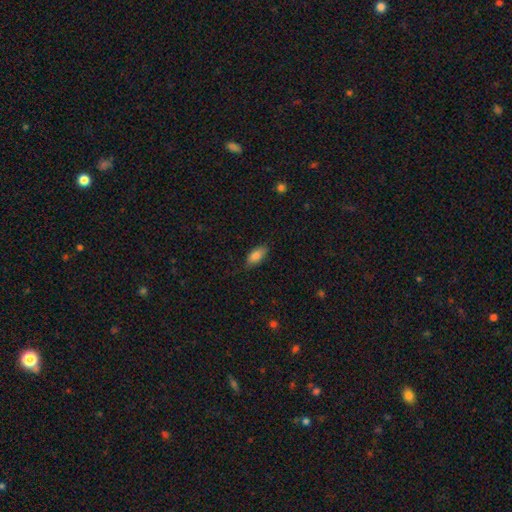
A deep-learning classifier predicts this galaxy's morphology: Smooth or featured? smooth (83%)
How rounded? in between (90%)
Merging? none (82%)